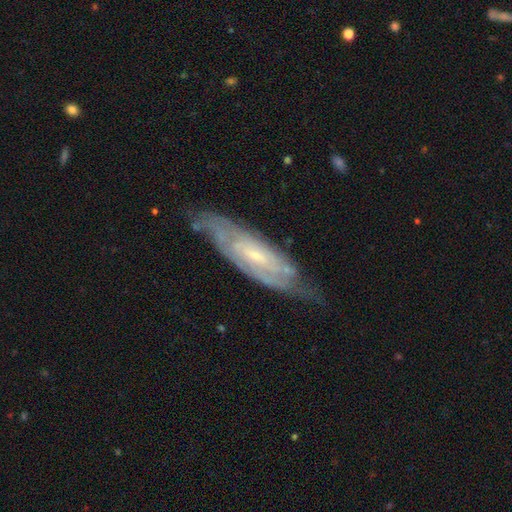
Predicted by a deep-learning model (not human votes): Smooth or featured? Predicted: featured or disk (p=0.81). Edge-on disk? Predicted: no (p=0.78). Bar? Predicted: no (p=0.51). Spiral arms? Predicted: yes (p=0.91). Spiral winding? Predicted: tight (p=0.65). Spiral arm count? Predicted: can't tell (p=0.50). Bulge size? Predicted: small (p=0.70). Merging? Predicted: none (p=0.68).